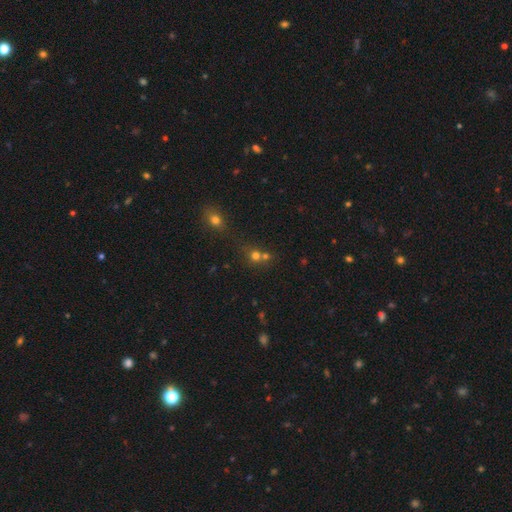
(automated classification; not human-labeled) This is likely a smooth galaxy (65%). How rounded: clearly round (84%). Merging: possibly merger (45%).